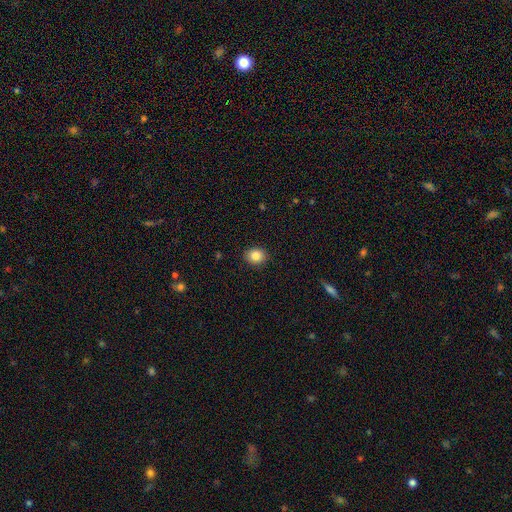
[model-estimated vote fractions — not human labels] The model was most divided on "how rounded": round: 62%, in between: 37%, cigar-shaped: 1%. More confident: merging — none (90%); smooth or featured — smooth (85%).